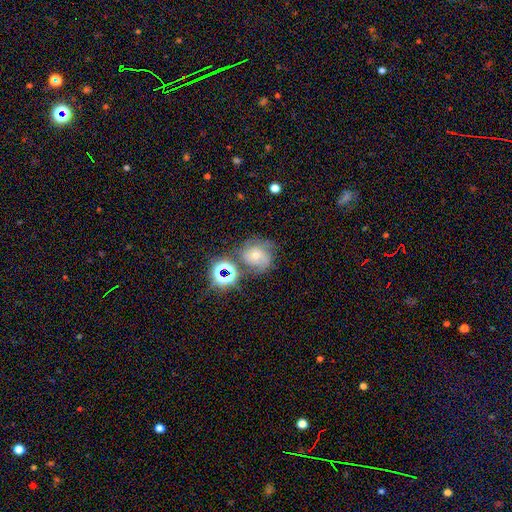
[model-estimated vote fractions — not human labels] This is marginally a featured or disk galaxy (44%). Merging: possibly none (52%).